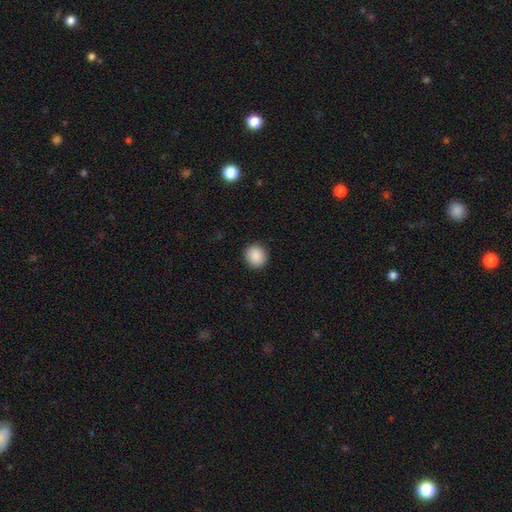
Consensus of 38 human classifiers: This appears to be a smooth galaxy with no disk features (89%) that is round (85%). Merging: none (83%).